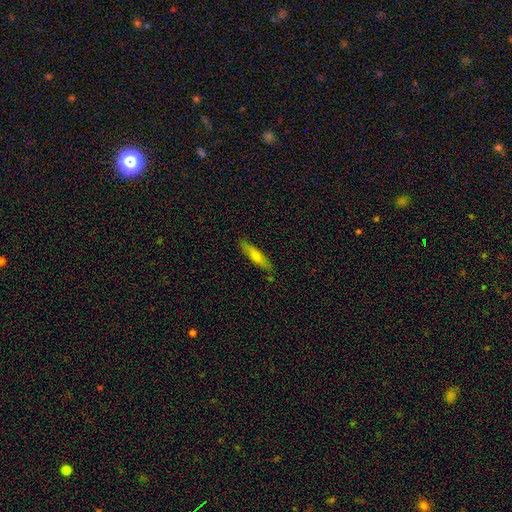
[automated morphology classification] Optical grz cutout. It shows a smooth galaxy with no disk features (58%) that is cigar-shaped (83%). Merging: none (86%).